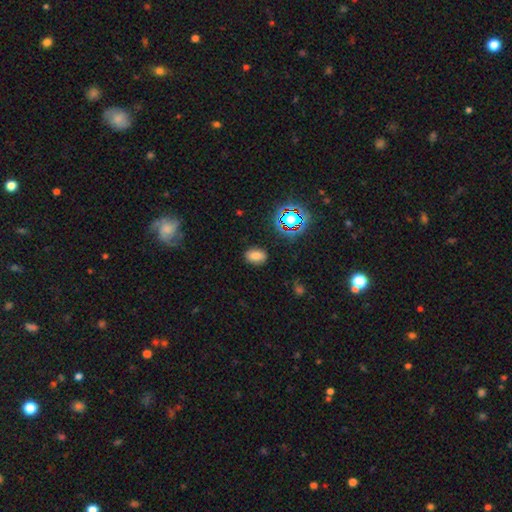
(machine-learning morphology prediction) smooth_or_featured: smooth (p=0.72) [alt: star or artifact p=0.20]
how_rounded: in between (p=0.84) [alt: round p=0.14]
merging: none (p=0.86) [alt: minor disturbance p=0.10]